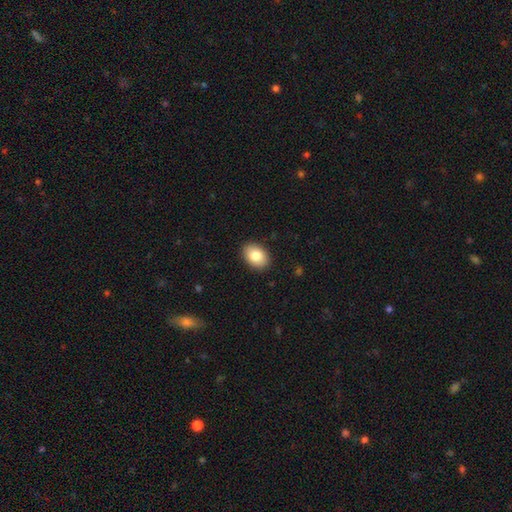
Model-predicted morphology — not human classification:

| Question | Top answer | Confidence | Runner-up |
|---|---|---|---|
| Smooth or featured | smooth | 85% | featured or disk (8%) |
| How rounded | in between | 83% | round (16%) |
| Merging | none | 89% | minor disturbance (8%) |